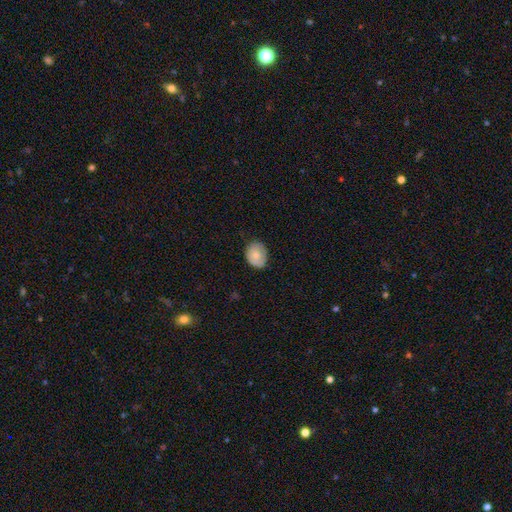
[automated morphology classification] type=smooth (75%); roundness=in between (54%); merging=none (72%).